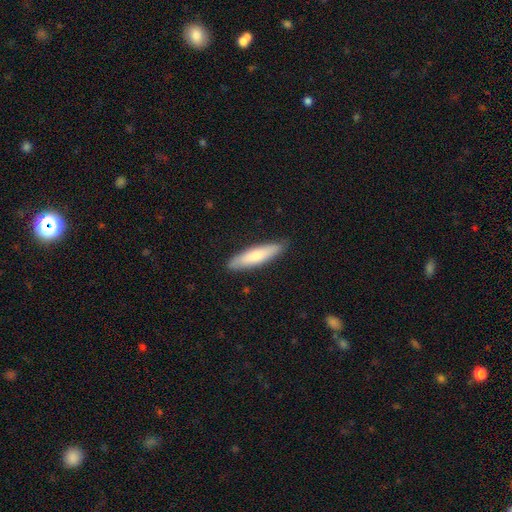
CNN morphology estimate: Q: Smooth or featured?
A: smooth (71%); runner-up: featured or disk (24%)
Q: How rounded?
A: cigar-shaped (76%); runner-up: in between (23%)
Q: Merging?
A: none (88%); runner-up: minor disturbance (9%)